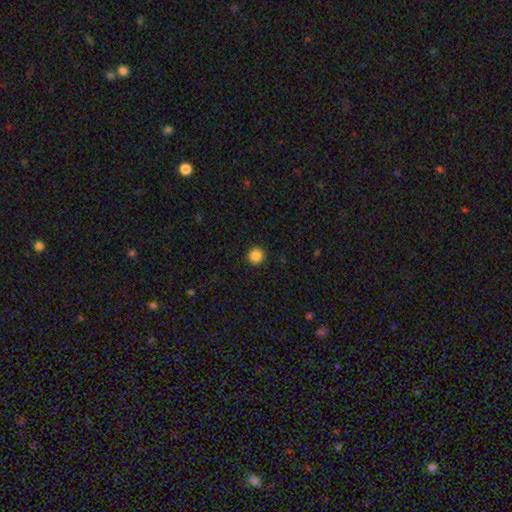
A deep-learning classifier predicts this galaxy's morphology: Smooth or featured?
  - smooth: 86% *
  - star or artifact: 10%
  - featured or disk: 3%
How rounded?
  - round: 93% *
  - in between: 6%
  - cigar-shaped: 1%
Merging?
  - none: 92% *
  - minor disturbance: 5%
  - major disturbance: 2%
  - merger: 1%